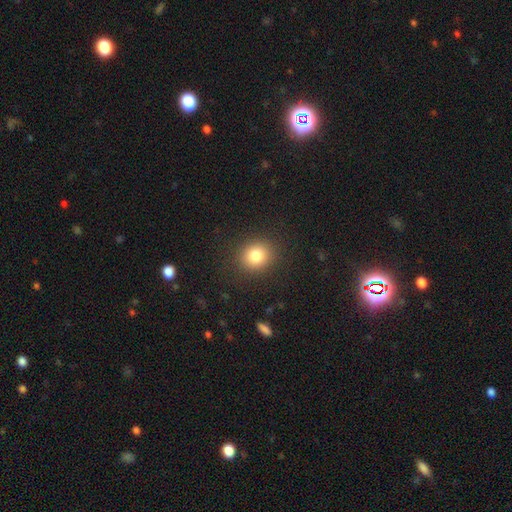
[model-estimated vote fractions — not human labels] Smooth or featured? smooth (81%)
How rounded? round (78%)
Merging? none (89%)